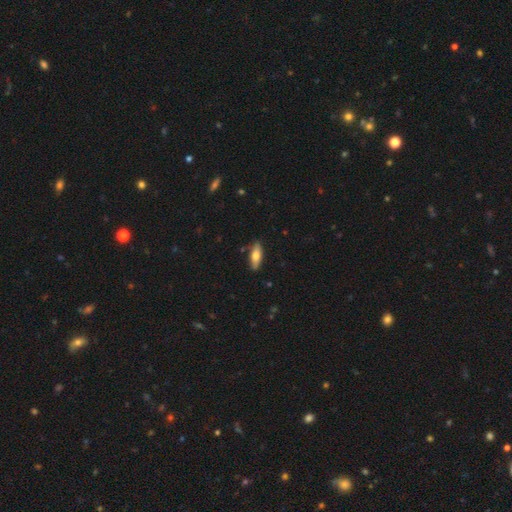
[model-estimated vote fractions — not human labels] This is likely a smooth galaxy (67%). How rounded: possibly in between (59%). Merging: clearly none (84%).